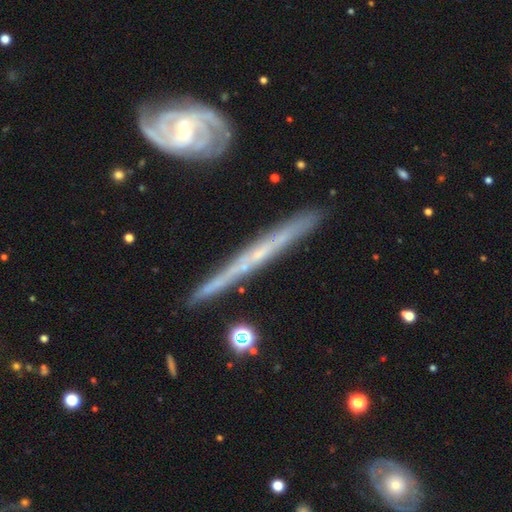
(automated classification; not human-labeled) Smooth or featured?
  - featured or disk: 75% *
  - smooth: 19%
  - star or artifact: 6%
Edge-on disk?
  - yes: 92% *
  - no: 8%
Edge-on bulge?
  - none: 72% *
  - rounded: 23%
  - boxy: 5%
Merging?
  - none: 83% *
  - minor disturbance: 12%
  - merger: 3%
  - major disturbance: 2%